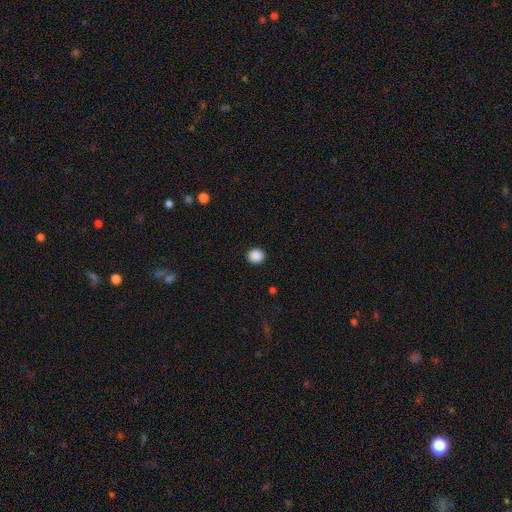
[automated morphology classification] This appears to be a smooth galaxy with no disk features (89%) that is round (90%). Merging: none (93%).